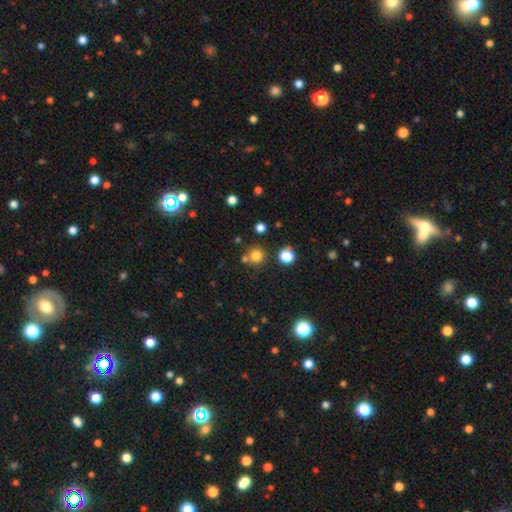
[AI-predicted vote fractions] Smooth or featured?
  - smooth: 78% *
  - star or artifact: 16%
  - featured or disk: 6%
How rounded?
  - round: 93% *
  - in between: 6%
  - cigar-shaped: 1%
Merging?
  - none: 76% *
  - merger: 13%
  - minor disturbance: 8%
  - major disturbance: 3%